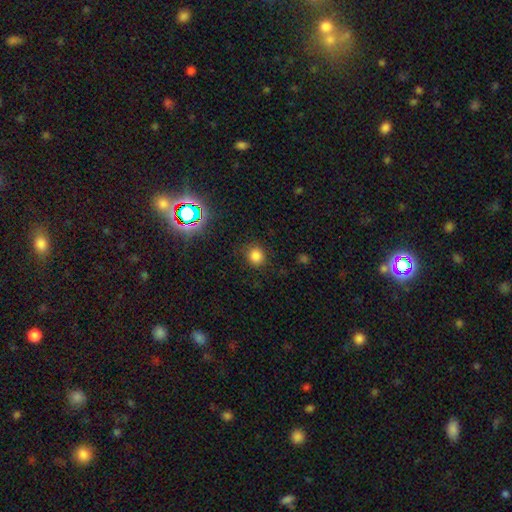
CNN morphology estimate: This appears to be a smooth galaxy with no disk features (80%) that is round (89%). Merging: none (85%).